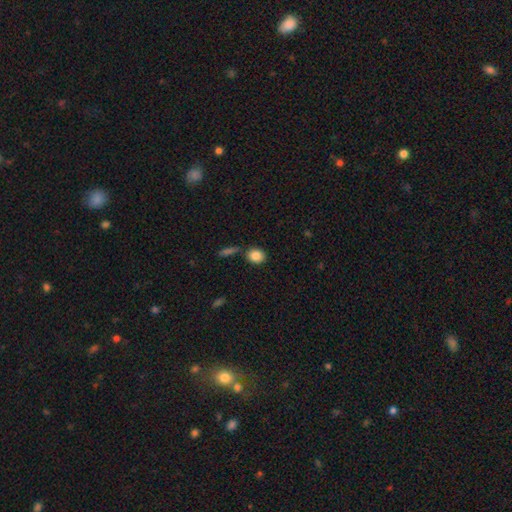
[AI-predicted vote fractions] Smooth or featured? Predicted: smooth (p=0.86). How rounded? Predicted: round (p=0.56). Merging? Predicted: none (p=0.76).